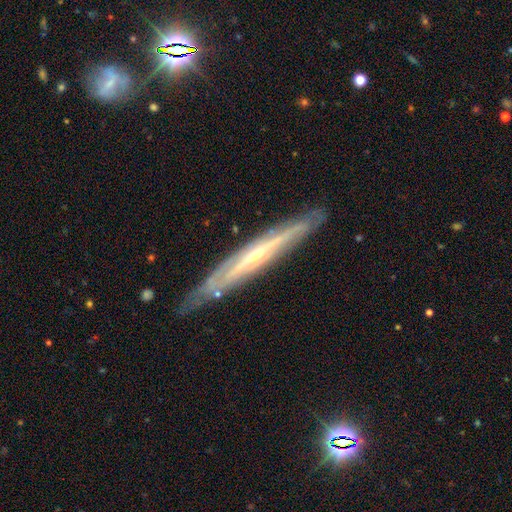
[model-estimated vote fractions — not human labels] Smooth or featured: featured or disk — 81% (smooth — 13%)
Edge-on disk: yes — 79% (no — 21%)
Edge-on bulge: rounded — 67% (none — 30%)
Merging: none — 77% (minor disturbance — 18%)